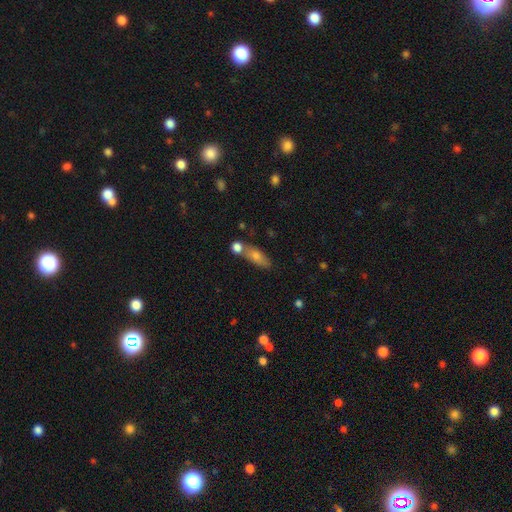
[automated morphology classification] smooth 70%, featured or disk 20%, star or artifact 9%. Down the decision tree: how rounded — in between (66%); merging — none (61%).